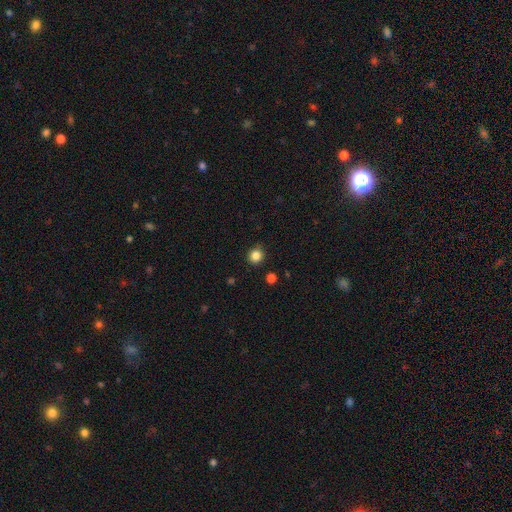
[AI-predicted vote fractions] This is clearly a smooth galaxy (84%). How rounded: clearly round (91%). Merging: clearly none (89%).